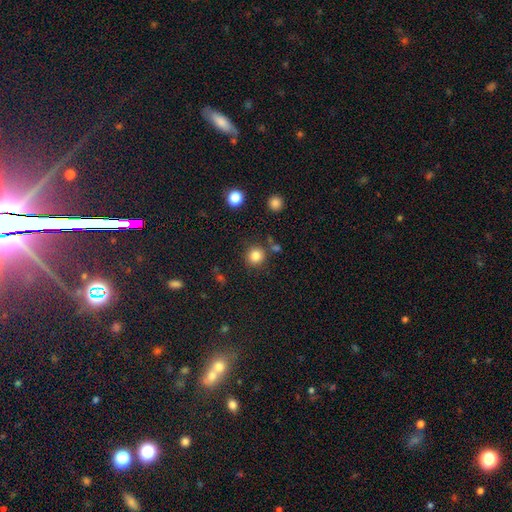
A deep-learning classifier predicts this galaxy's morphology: Smooth or featured? smooth (83%)
How rounded? round (92%)
Merging? none (83%)